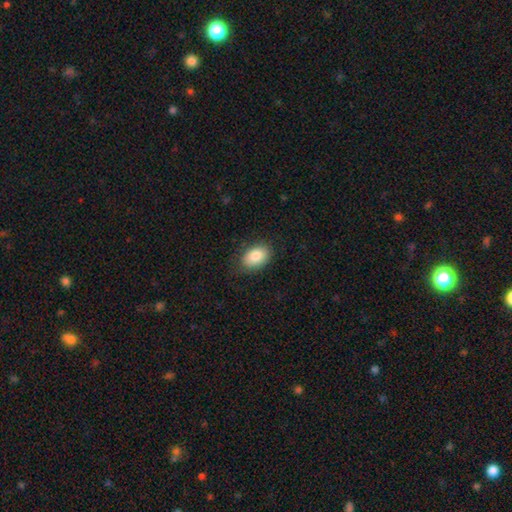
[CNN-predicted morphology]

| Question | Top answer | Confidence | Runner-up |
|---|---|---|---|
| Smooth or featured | smooth | 85% | featured or disk (8%) |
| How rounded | in between | 88% | round (11%) |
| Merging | none | 80% | minor disturbance (15%) |